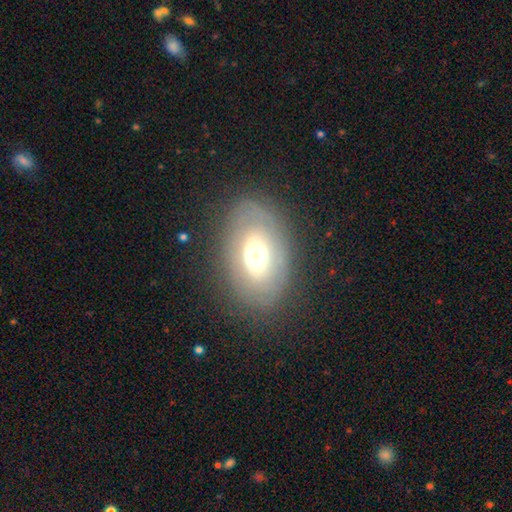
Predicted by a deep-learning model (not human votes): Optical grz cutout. It shows a featured or disk galaxy (46%). Merging: none (79%).